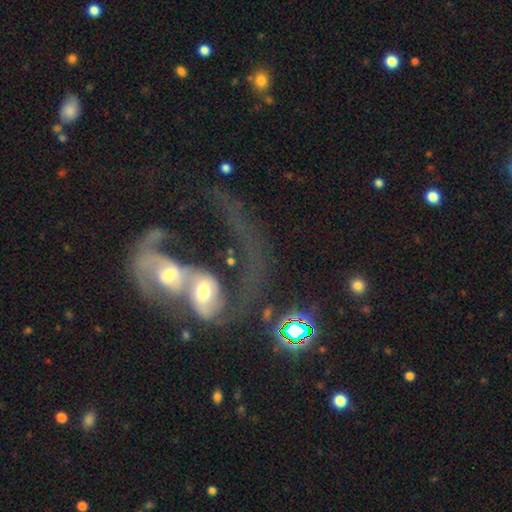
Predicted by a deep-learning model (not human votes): Q: Smooth or featured?
A: featured or disk (66%); runner-up: smooth (23%)
Q: Edge-on disk?
A: no (94%); runner-up: yes (6%)
Q: Bar?
A: no (63%); runner-up: weak (25%)
Q: Spiral arms?
A: yes (63%); runner-up: no (37%)
Q: Bulge size?
A: moderate (58%); runner-up: small (22%)
Q: Merging?
A: merger (78%); runner-up: major disturbance (11%)